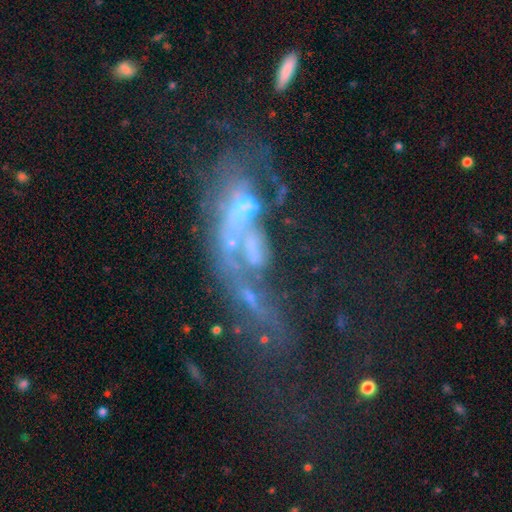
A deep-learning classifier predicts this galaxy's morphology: Smooth or featured? featured or disk (50%)
Edge-on disk? no (85%)
Merging? merger (44%)